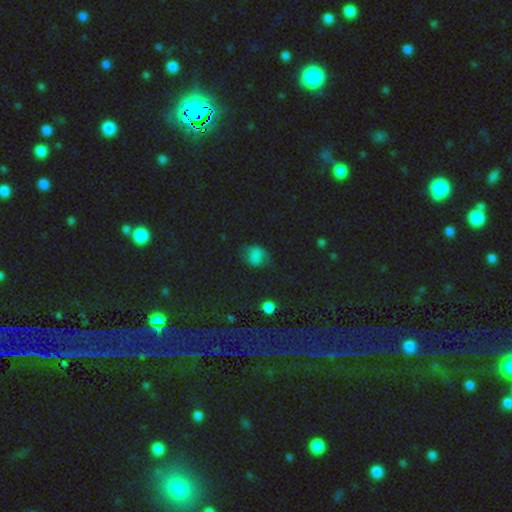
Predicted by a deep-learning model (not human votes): This appears to be a smooth galaxy with no disk features (58%) that is in between round and cigar-shaped (54%). Merging: none (53%).